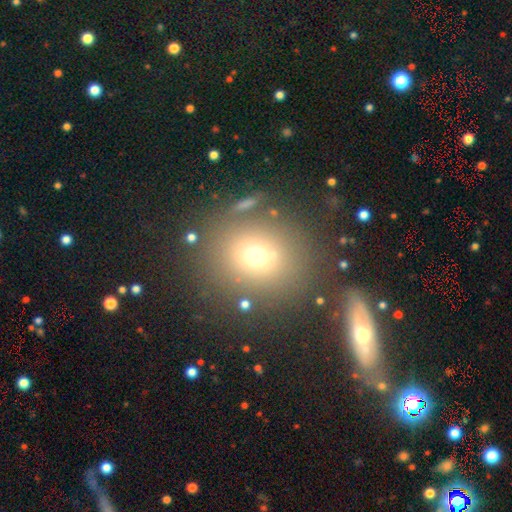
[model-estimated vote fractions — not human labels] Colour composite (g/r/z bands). It shows a smooth galaxy with no disk features (67%) that is round (82%). Merging: none (74%).